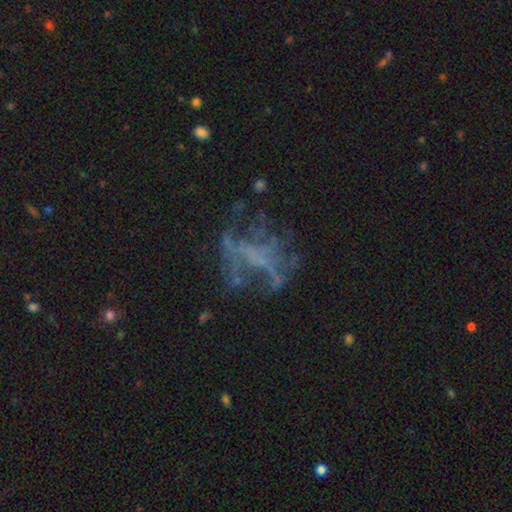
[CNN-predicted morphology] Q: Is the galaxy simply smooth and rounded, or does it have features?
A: featured or disk — 59%.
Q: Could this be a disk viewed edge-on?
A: no — 95%.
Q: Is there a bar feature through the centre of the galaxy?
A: no — 77%.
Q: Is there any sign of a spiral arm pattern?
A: no — 77%.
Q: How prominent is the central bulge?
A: none — 80%.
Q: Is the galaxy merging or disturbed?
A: none — 48%.